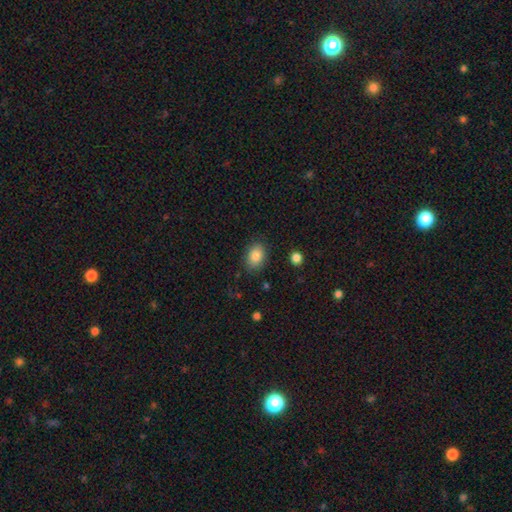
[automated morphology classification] Smooth or featured: smooth — 85% (star or artifact — 8%)
How rounded: in between — 76% (round — 23%)
Merging: none — 84% (minor disturbance — 11%)